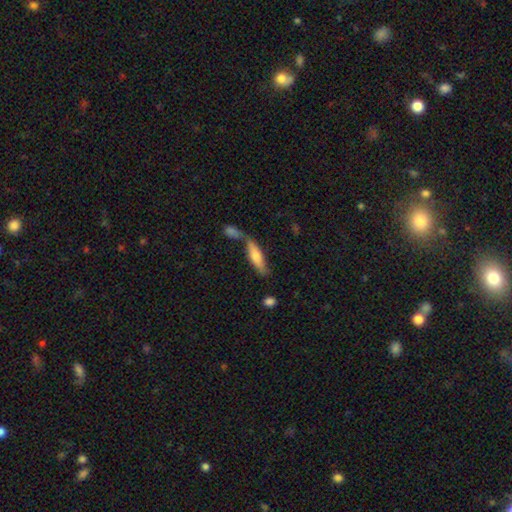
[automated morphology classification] A smooth galaxy with no disk features (60%) that is cigar-shaped (62%). Merging: none (47%).